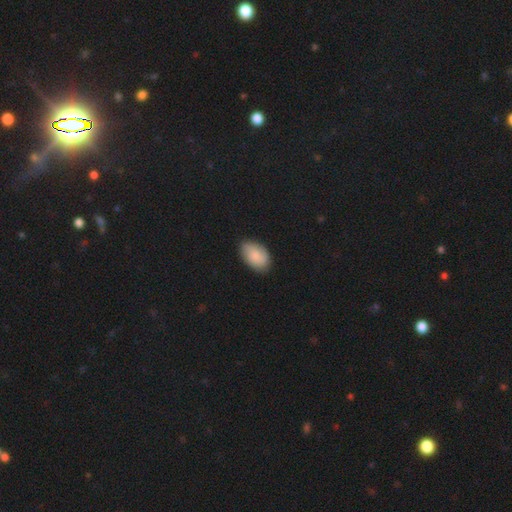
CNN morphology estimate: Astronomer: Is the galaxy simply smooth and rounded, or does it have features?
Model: smooth — 71%.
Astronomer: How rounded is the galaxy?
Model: in between — 90%.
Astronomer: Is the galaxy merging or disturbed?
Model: none — 81%.